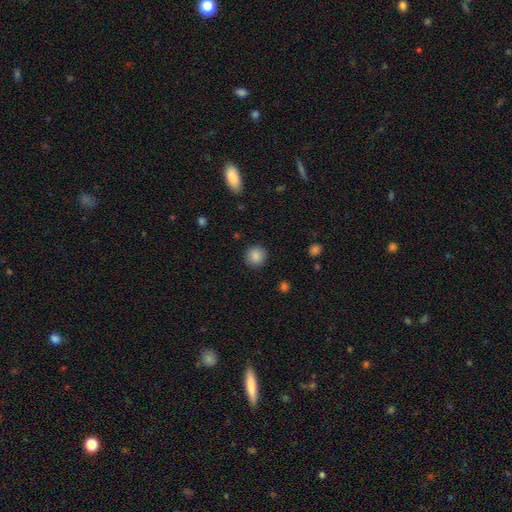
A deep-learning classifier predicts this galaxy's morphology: A smooth galaxy with no disk features (87%) that is round (93%). Merging: none (91%).